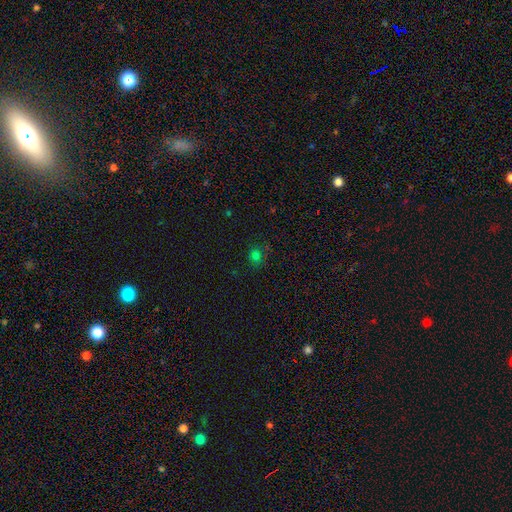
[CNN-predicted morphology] A smooth galaxy with no disk features (70%) that is round (78%).

Vote fractions:
- Smooth or featured? smooth: 70% / star or artifact: 24% / featured or disk: 5%
- How rounded? round: 78% / in between: 21% / cigar-shaped: 1%
- Merging? none: 77% / minor disturbance: 15% / major disturbance: 6% / merger: 3%